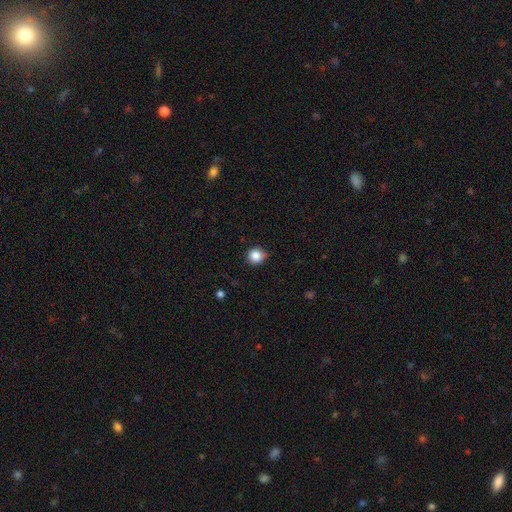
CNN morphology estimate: Q: Smooth or featured?
A: smooth (86%); runner-up: star or artifact (10%)
Q: How rounded?
A: round (87%); runner-up: in between (12%)
Q: Merging?
A: none (80%); runner-up: minor disturbance (16%)